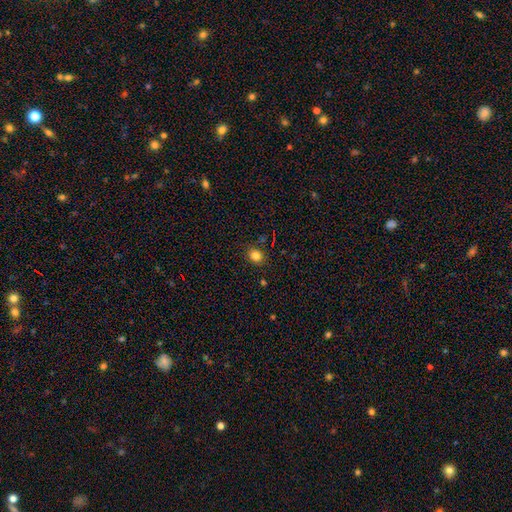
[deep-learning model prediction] Q: Smooth or featured?
A: smooth (82%); runner-up: star or artifact (13%)
Q: How rounded?
A: round (74%); runner-up: in between (25%)
Q: Merging?
A: none (86%); runner-up: minor disturbance (9%)